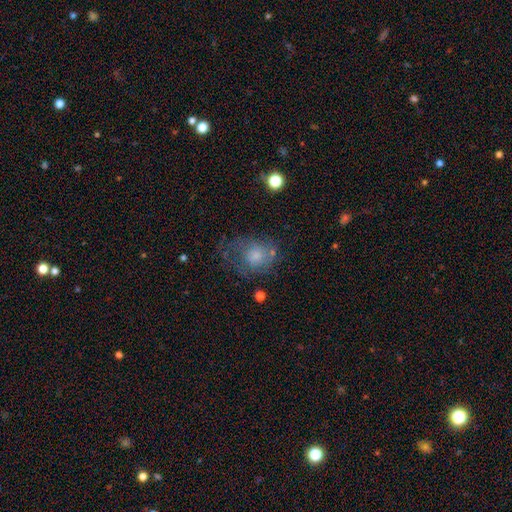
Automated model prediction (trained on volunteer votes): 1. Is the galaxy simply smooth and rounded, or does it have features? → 53% smooth, 36% featured or disk, 11% star or artifact.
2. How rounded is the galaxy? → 56% round, 43% in between, 1% cigar-shaped.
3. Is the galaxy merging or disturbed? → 36% major disturbance, 35% none, 24% minor disturbance, 4% merger.